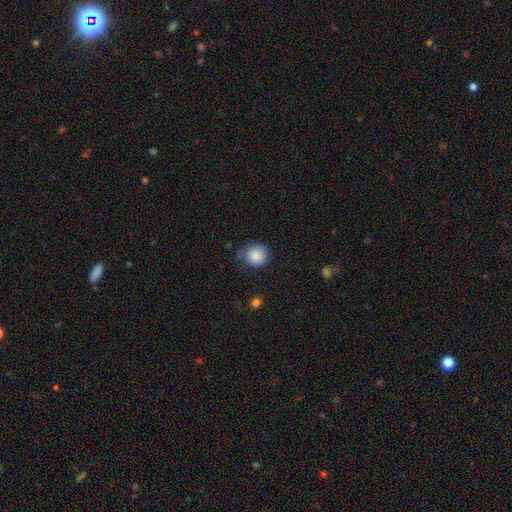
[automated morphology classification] smooth 87%, star or artifact 9%, featured or disk 4%. Down the decision tree: how rounded — round (91%); merging — none (74%).